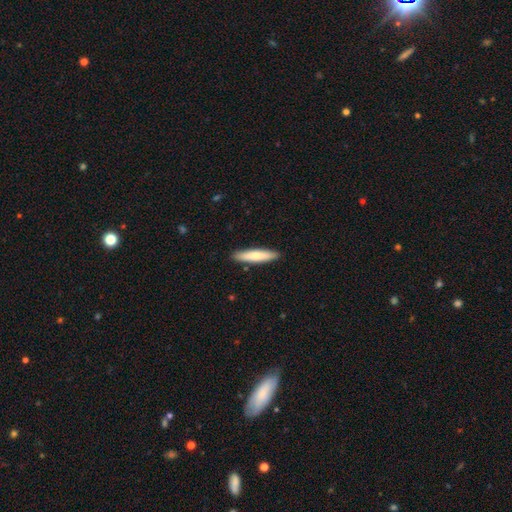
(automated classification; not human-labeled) smooth-or-featured: smooth: 72% | featured or disk: 23% | star or artifact: 5%
  how-rounded: cigar-shaped: 85% | in between: 13% | round: 1%
  merging: none: 90% | minor disturbance: 7% | major disturbance: 1% | merger: 1%